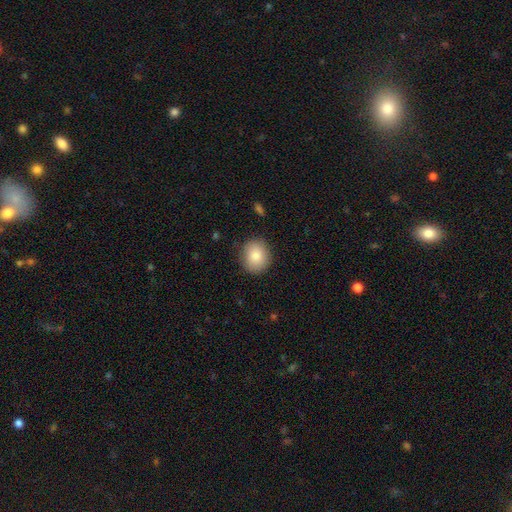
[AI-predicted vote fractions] Morphology: type=smooth (84%); roundness=round (72%); merging=none (86%).